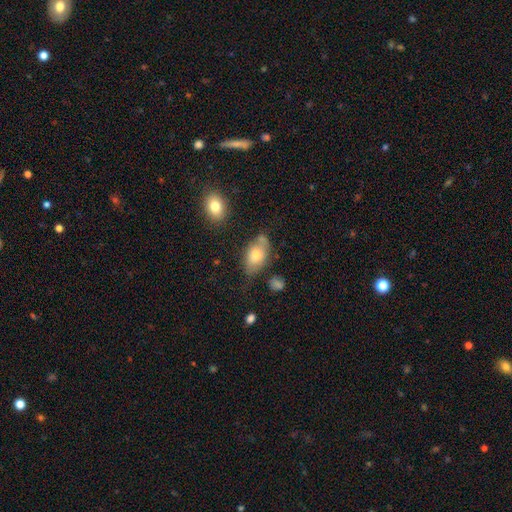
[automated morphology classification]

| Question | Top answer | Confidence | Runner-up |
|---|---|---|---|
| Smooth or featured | smooth | 71% | featured or disk (21%) |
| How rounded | in between | 90% | round (8%) |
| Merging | none | 54% | minor disturbance (28%) |